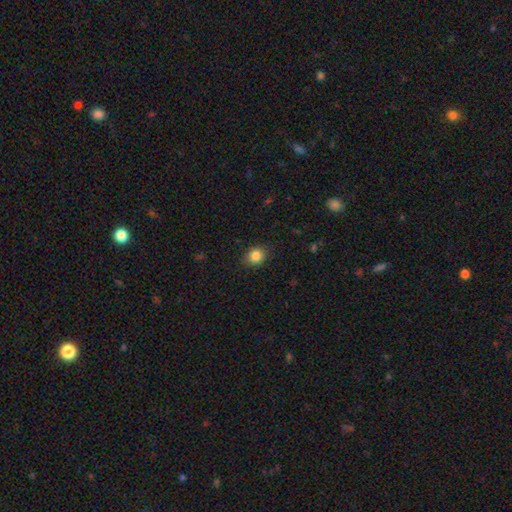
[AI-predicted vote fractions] This appears to be a smooth galaxy with no disk features (85%) that is round (73%). Merging: none (87%).